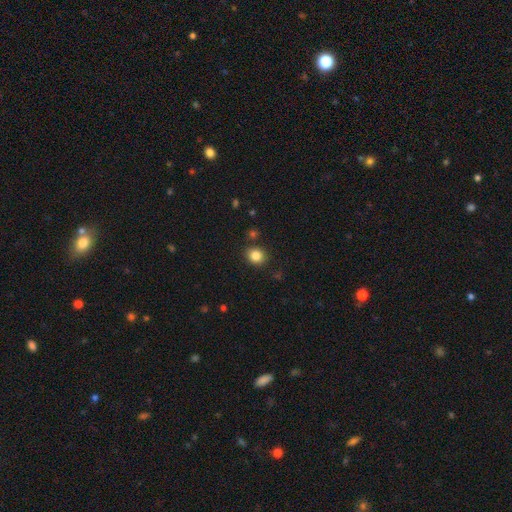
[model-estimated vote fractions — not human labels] A smooth galaxy with no disk features (84%) that is round (75%). Merging: none (85%).